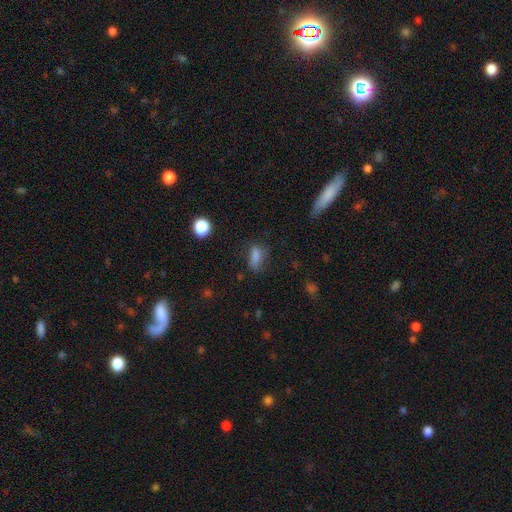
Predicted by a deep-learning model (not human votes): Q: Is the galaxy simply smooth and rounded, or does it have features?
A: smooth — 77%.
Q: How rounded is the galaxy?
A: in between — 72%.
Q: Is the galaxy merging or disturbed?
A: none — 63%.